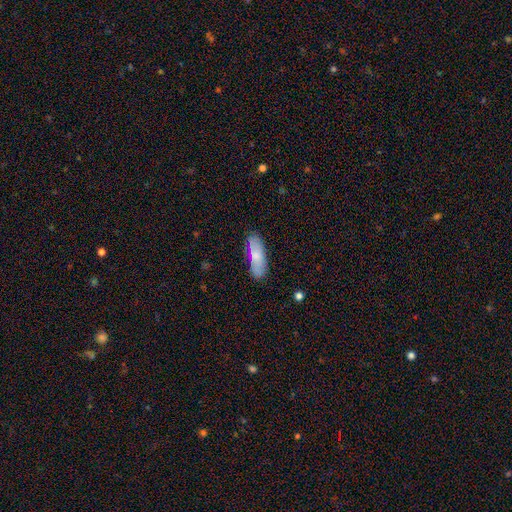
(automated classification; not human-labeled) Q: Smooth or featured?
A: smooth (76%); runner-up: featured or disk (17%)
Q: How rounded?
A: in between (66%); runner-up: cigar-shaped (32%)
Q: Merging?
A: none (81%); runner-up: minor disturbance (14%)